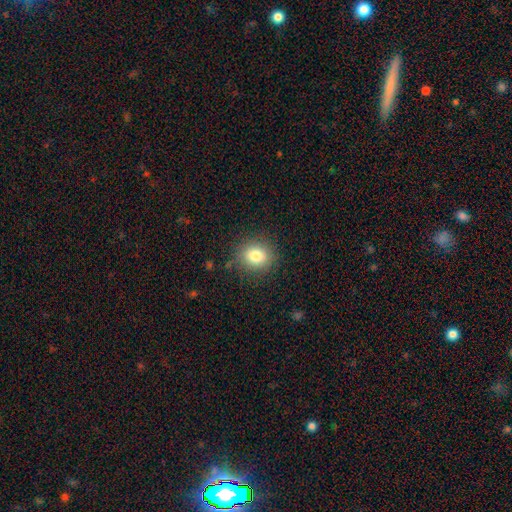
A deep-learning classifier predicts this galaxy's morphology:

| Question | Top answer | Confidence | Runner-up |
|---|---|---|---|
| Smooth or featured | smooth | 81% | star or artifact (11%) |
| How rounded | round | 70% | in between (29%) |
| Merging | none | 86% | minor disturbance (10%) |